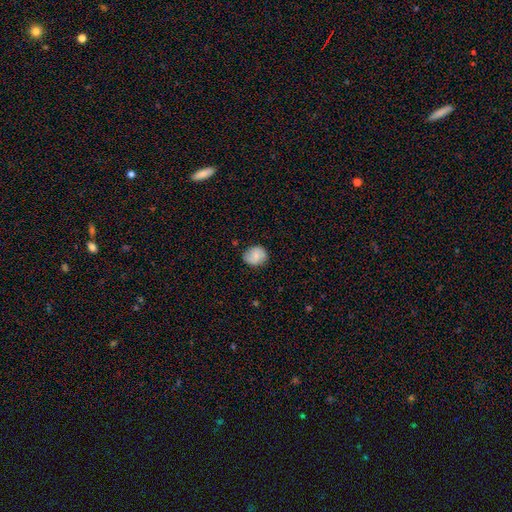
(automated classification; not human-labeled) This is likely a smooth galaxy (71%). How rounded: likely round (68%). Merging: likely none (78%).